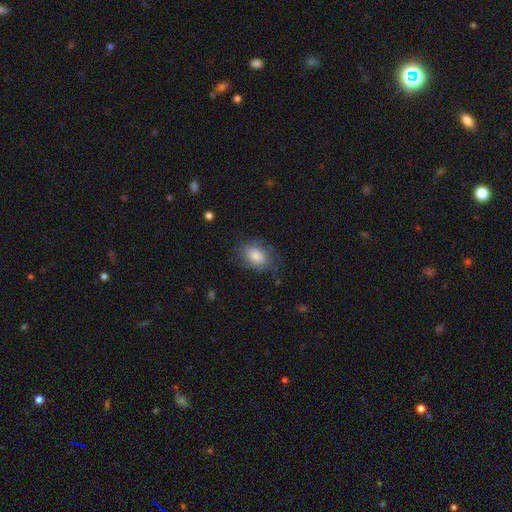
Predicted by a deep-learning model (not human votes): A smooth galaxy with no disk features (75%) that is in between round and cigar-shaped (80%). Merging: none (68%).